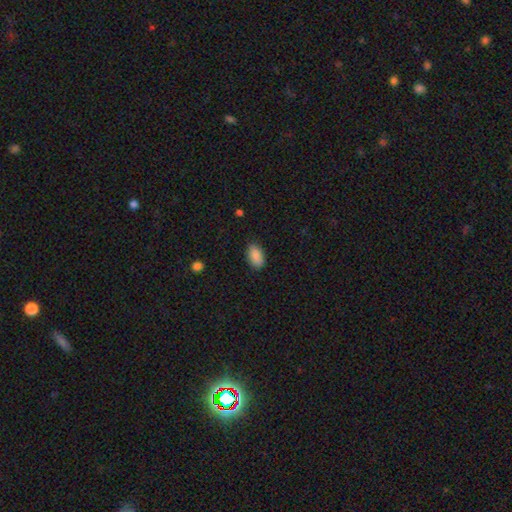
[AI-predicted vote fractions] Morphology: type=smooth (89%); roundness=in between (93%); merging=none (85%).